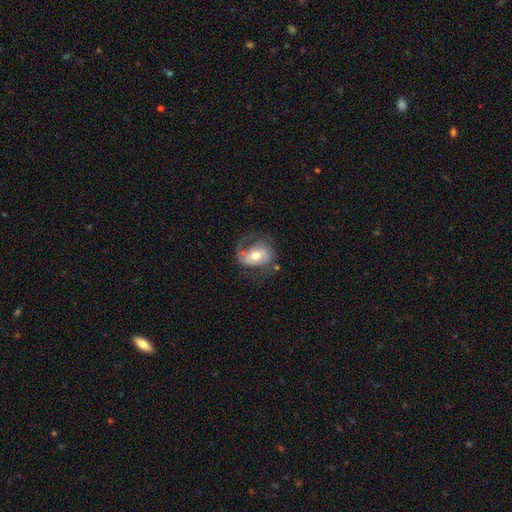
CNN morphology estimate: smooth_or_featured: featured or disk (p=0.70) [alt: smooth p=0.23]
disk_edge_on: no (p=0.96) [alt: yes p=0.04]
bar: no (p=0.37) [tied with: weak p=0.37]
has_spiral_arms: yes (p=0.87) [alt: no p=0.13]
spiral_winding: medium (p=0.45) [alt: loose p=0.37]
spiral_arm_count: 2 (p=0.69) [alt: 1 p=0.20]
bulge_size: moderate (p=0.68) [alt: small p=0.21]
merging: none (p=0.54) [alt: major disturbance p=0.23]